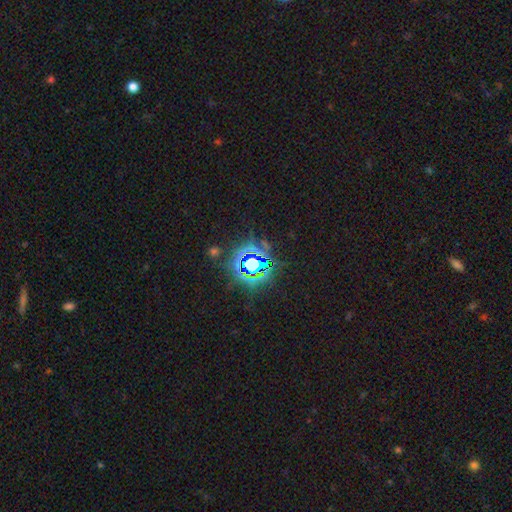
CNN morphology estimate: type=star or artifact (79%).